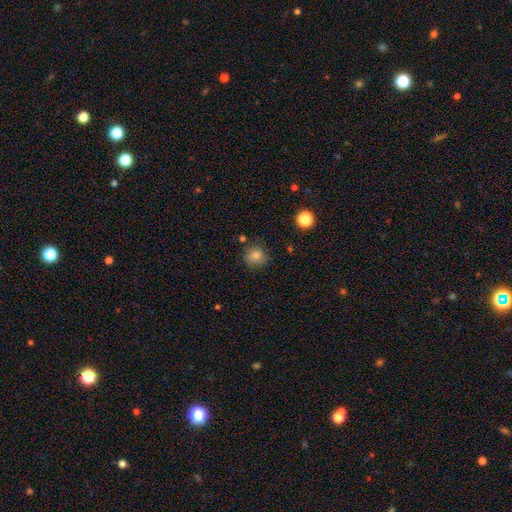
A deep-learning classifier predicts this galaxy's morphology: The model was most divided on "merging": none: 76%, minor disturbance: 16%, major disturbance: 4%, merger: 4%. More confident: how rounded — round (86%); smooth or featured — smooth (81%).